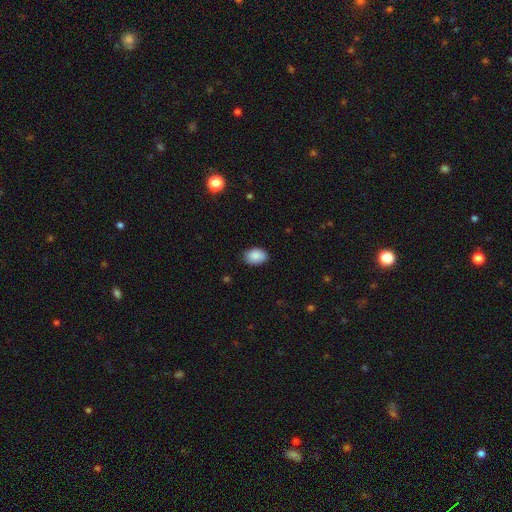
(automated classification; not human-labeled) The model was most divided on "how rounded": in between: 83%, round: 16%, cigar-shaped: 1%. More confident: smooth or featured — smooth (89%); merging — none (84%).